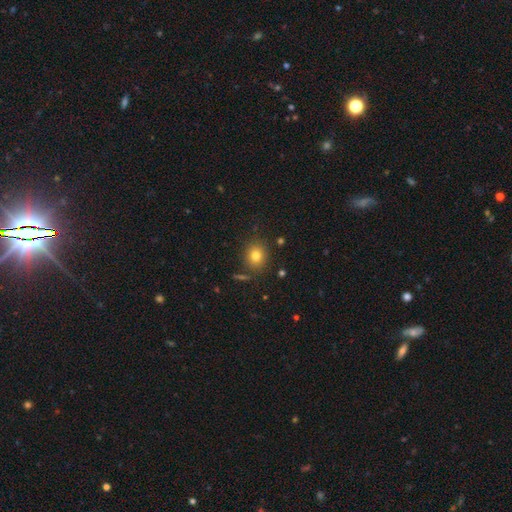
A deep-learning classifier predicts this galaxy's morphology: Smooth or featured: smooth — 79% (star or artifact — 13%)
How rounded: round — 65% (in between — 34%)
Merging: none — 84% (minor disturbance — 10%)